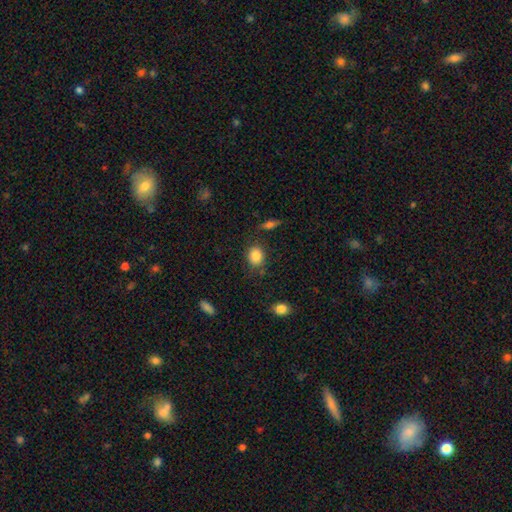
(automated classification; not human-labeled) This appears to be a smooth galaxy with no disk features (85%) that is round (55%). Merging: none (76%).